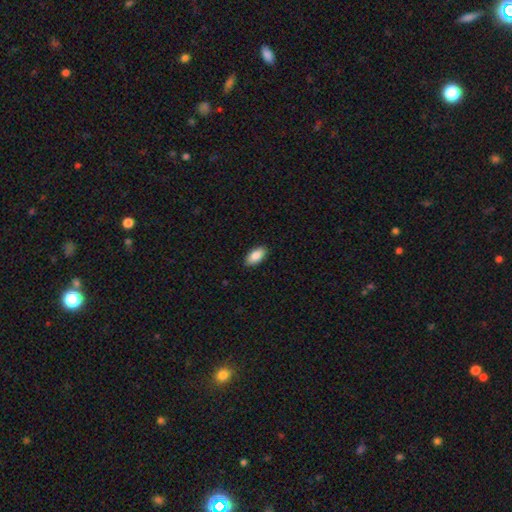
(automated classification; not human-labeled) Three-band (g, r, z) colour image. It shows a smooth galaxy with no disk features (87%) that is in between round and cigar-shaped (93%). Merging: none (89%).